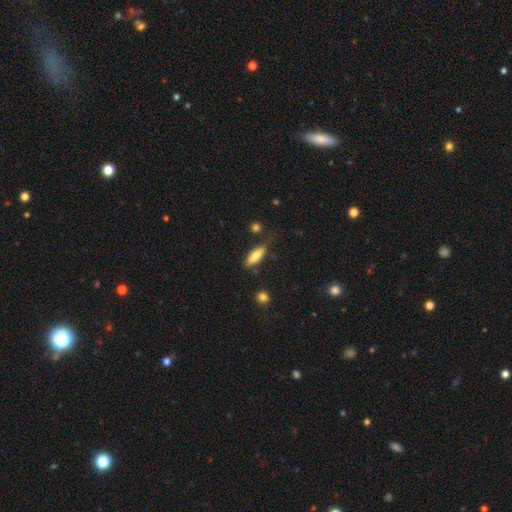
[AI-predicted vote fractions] Smooth or featured? smooth (75%)
How rounded? in between (57%)
Merging? none (74%)